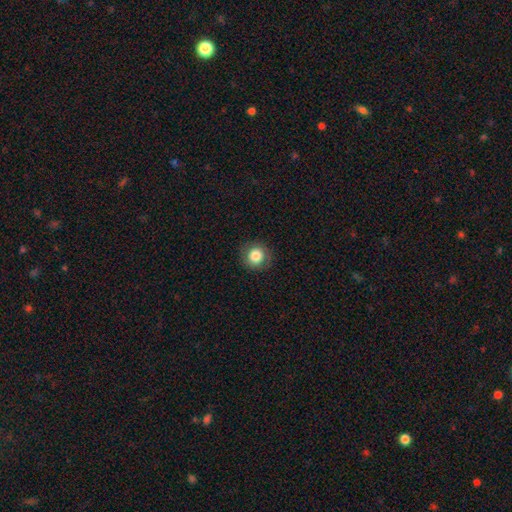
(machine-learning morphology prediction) This appears to be a smooth galaxy with no disk features (81%) that is round (92%). Merging: none (88%).